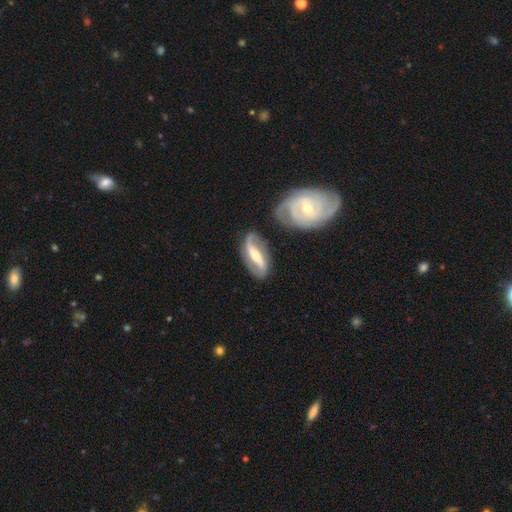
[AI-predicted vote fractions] Q: Smooth or featured?
A: featured or disk (79%); runner-up: smooth (17%)
Q: Edge-on disk?
A: no (89%); runner-up: yes (11%)
Q: Bar?
A: strong (61%); runner-up: weak (25%)
Q: Spiral arms?
A: yes (90%); runner-up: no (10%)
Q: Spiral winding?
A: loose (42%); runner-up: medium (37%)
Q: Spiral arm count?
A: 2 (88%); runner-up: can't tell (5%)
Q: Bulge size?
A: moderate (51%); runner-up: small (36%)
Q: Merging?
A: none (70%); runner-up: minor disturbance (16%)